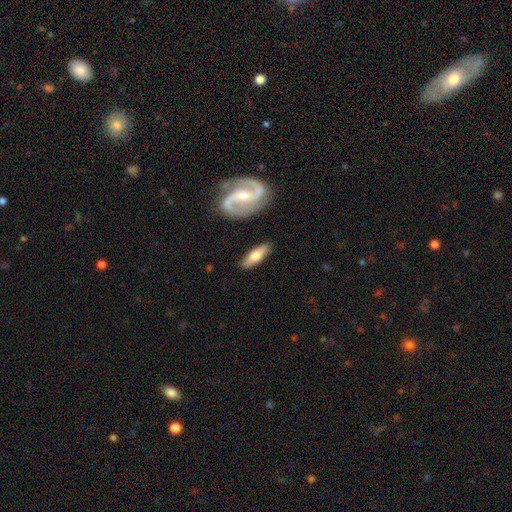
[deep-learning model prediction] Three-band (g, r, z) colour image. It shows a smooth galaxy with no disk features (54%) that is in between round and cigar-shaped (53%). Merging: none (84%).